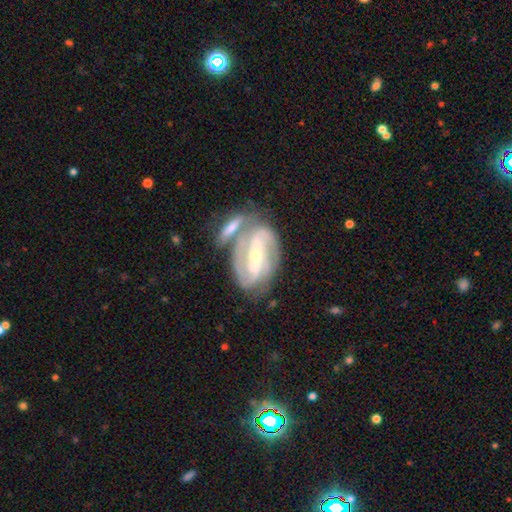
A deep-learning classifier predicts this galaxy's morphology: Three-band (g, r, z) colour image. It shows a featured or disk galaxy (88%) with a strong bar (63%), 2 (72%) tight (44%) spiral arms (95%) and a small central bulge (60%). Merging: none (45%).